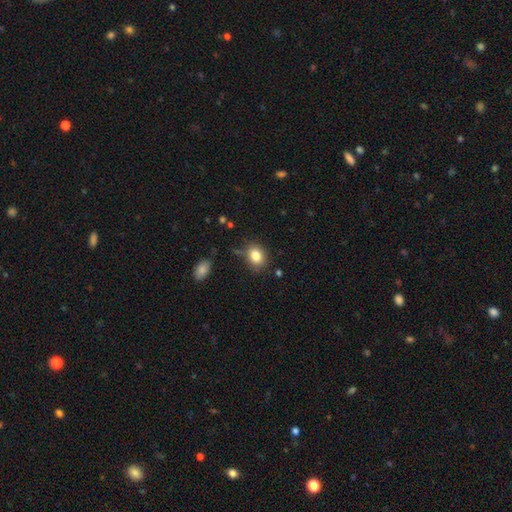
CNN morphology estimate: This appears to be a smooth galaxy with no disk features (83%) that is in between round and cigar-shaped (58%). Merging: none (78%).